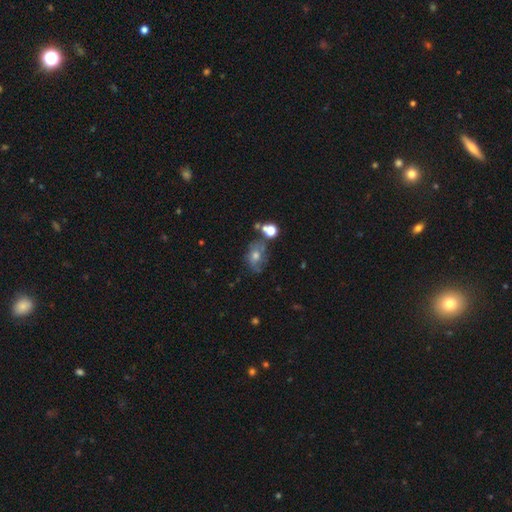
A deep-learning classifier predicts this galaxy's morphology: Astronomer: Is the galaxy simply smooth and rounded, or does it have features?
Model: smooth — 42% (runner-up: featured or disk, 39%).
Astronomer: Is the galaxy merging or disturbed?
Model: none — 53%.